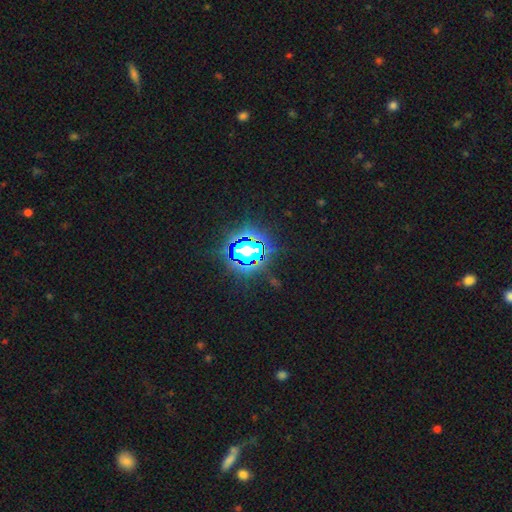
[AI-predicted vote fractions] This appears to be a star or artifact, not a galaxy (81%).